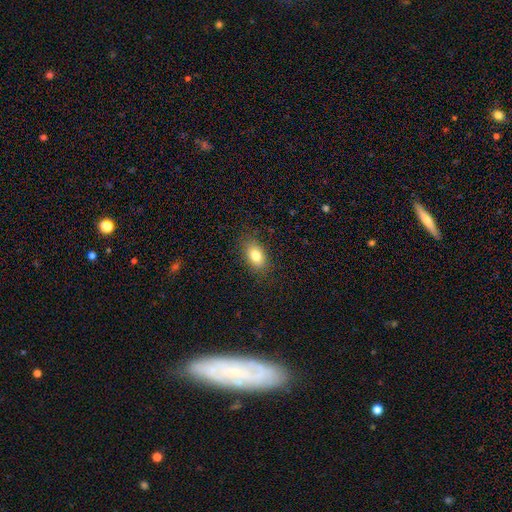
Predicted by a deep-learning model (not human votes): A smooth galaxy with no disk features (82%) that is in between round and cigar-shaped (86%).

Vote fractions:
- Smooth or featured? smooth: 82% / featured or disk: 9% / star or artifact: 9%
- How rounded? in between: 86% / round: 11% / cigar-shaped: 2%
- Merging? none: 85% / minor disturbance: 11% / major disturbance: 3% / merger: 1%